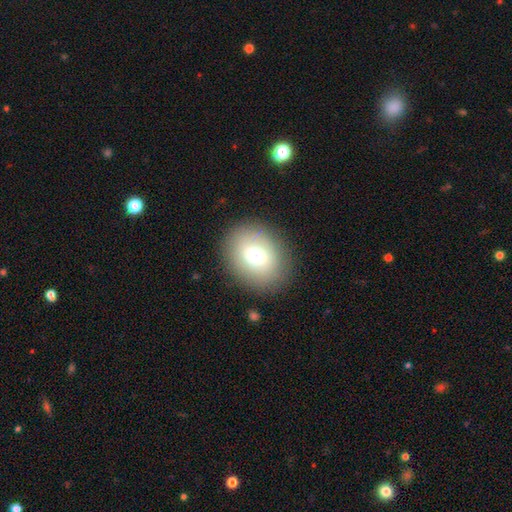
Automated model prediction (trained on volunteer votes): This is likely a smooth galaxy (70%). How rounded: possibly round (52%). Merging: clearly none (86%).